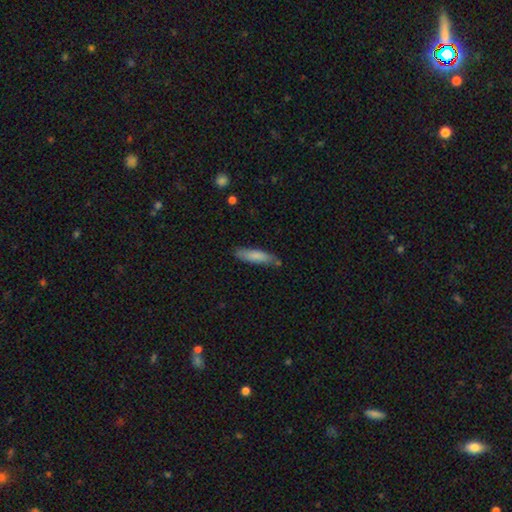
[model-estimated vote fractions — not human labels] Smooth or featured? smooth (81%)
How rounded? cigar-shaped (72%)
Merging? none (76%)